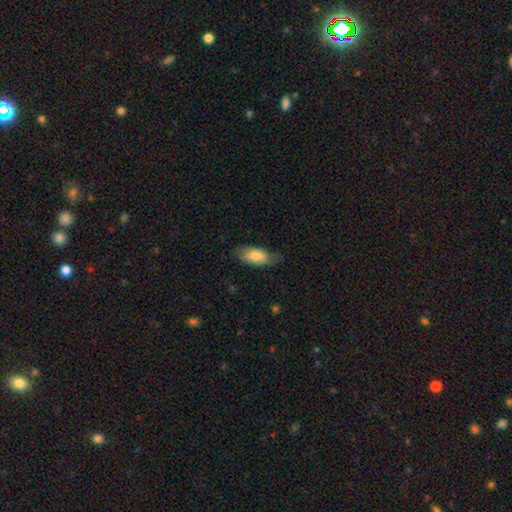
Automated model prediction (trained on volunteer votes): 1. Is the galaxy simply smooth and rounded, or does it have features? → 77% smooth, 17% featured or disk, 6% star or artifact.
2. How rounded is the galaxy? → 86% in between, 11% cigar-shaped, 3% round.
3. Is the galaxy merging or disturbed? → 67% none, 25% minor disturbance, 7% major disturbance, 1% merger.